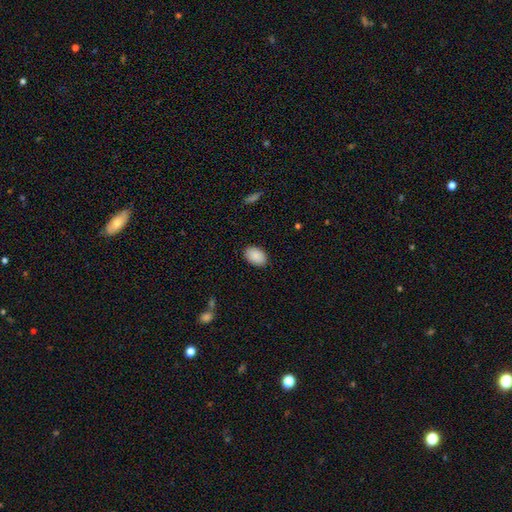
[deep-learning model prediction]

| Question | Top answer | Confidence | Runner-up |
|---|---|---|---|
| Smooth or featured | smooth | 90% | star or artifact (7%) |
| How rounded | in between | 89% | round (10%) |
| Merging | none | 89% | minor disturbance (8%) |